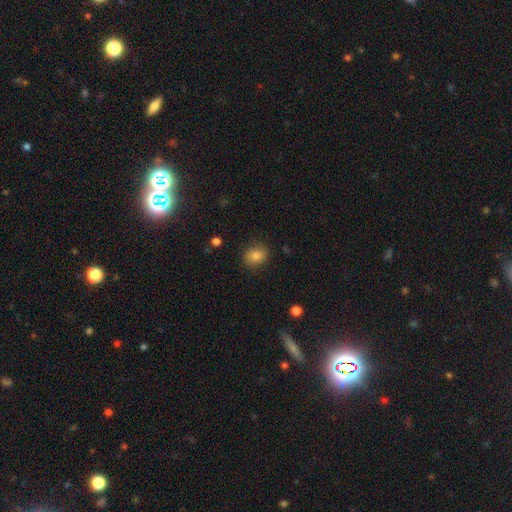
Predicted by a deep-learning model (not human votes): A smooth galaxy with no disk features (82%) that is round (60%). Merging: none (84%).